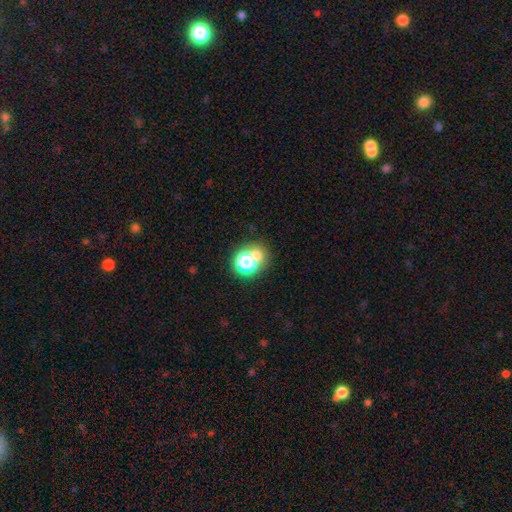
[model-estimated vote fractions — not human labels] Smooth or featured?
  - smooth: 56% *
  - star or artifact: 33%
  - featured or disk: 11%
How rounded?
  - round: 77% *
  - in between: 22%
  - cigar-shaped: 1%
Merging?
  - none: 55% *
  - merger: 28%
  - minor disturbance: 10%
  - major disturbance: 6%